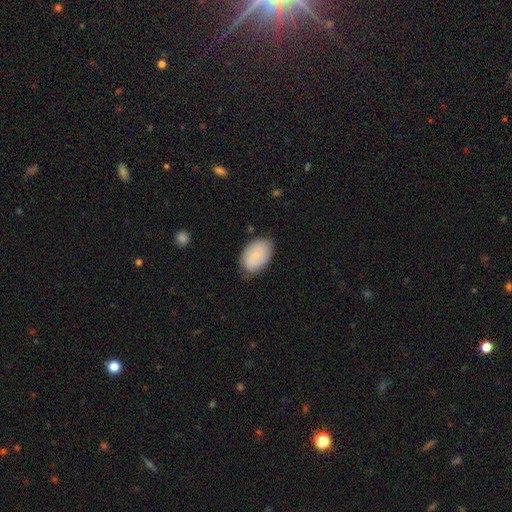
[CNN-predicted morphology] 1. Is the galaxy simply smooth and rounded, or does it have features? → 65% smooth, 28% featured or disk, 7% star or artifact.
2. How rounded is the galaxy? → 88% in between, 11% round, 1% cigar-shaped.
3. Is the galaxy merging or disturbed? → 73% none, 22% minor disturbance, 4% major disturbance, 1% merger.